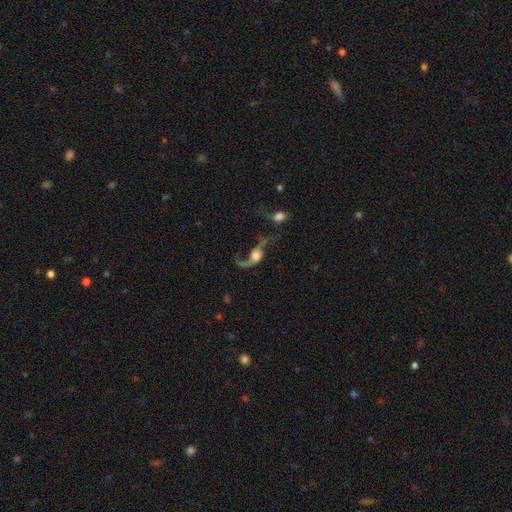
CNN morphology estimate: A featured or disk galaxy (70%) with no bar (65%), 2 (58%) loose (87%) spiral arms (86%) and a large central bulge (39%). Merging: major disturbance (36%).